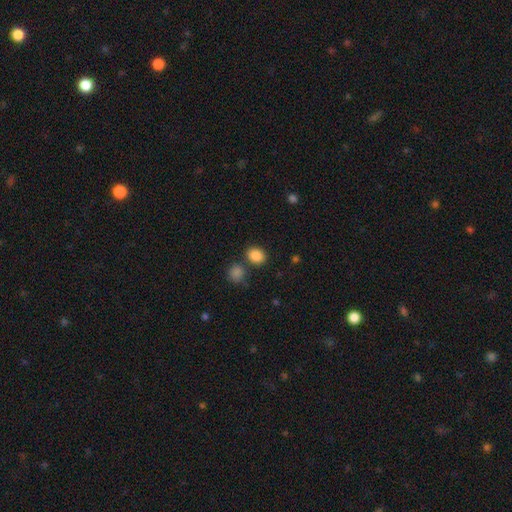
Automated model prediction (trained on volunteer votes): This appears to be a smooth galaxy with no disk features (86%) that is round (57%). Merging: none (75%).